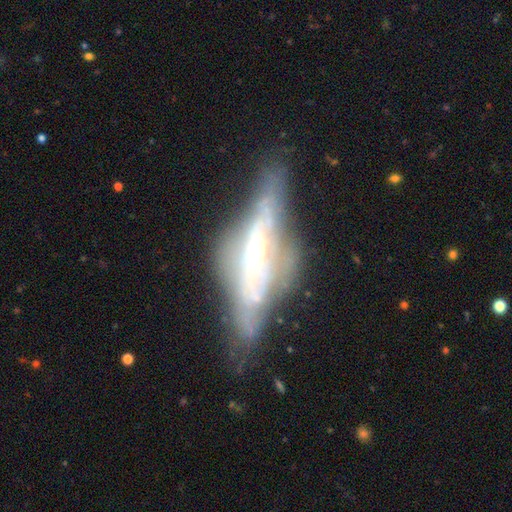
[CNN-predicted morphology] Q: Smooth or featured?
A: featured or disk (74%); runner-up: smooth (17%)
Q: Edge-on disk?
A: yes (62%); runner-up: no (38%)
Q: Merging?
A: none (46%); runner-up: minor disturbance (25%)